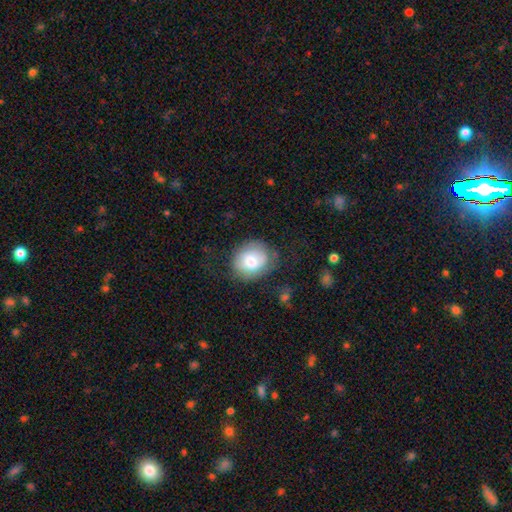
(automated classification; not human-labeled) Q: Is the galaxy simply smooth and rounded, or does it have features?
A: smooth — 69%.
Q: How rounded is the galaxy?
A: round — 63%.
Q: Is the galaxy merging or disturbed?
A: none — 62%.